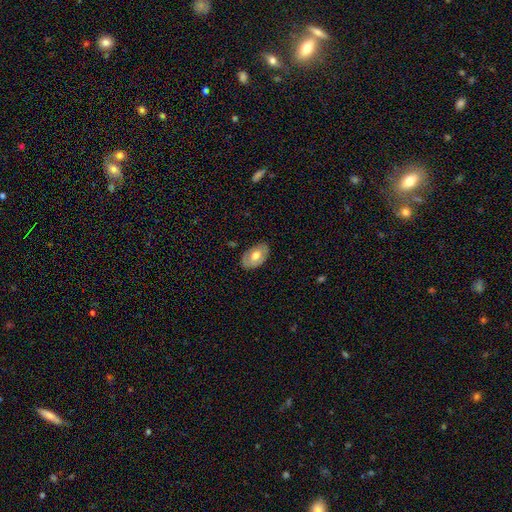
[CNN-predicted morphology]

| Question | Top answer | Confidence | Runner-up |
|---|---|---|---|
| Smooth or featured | smooth | 60% | featured or disk (34%) |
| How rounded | in between | 90% | round (9%) |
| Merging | none | 81% | minor disturbance (15%) |